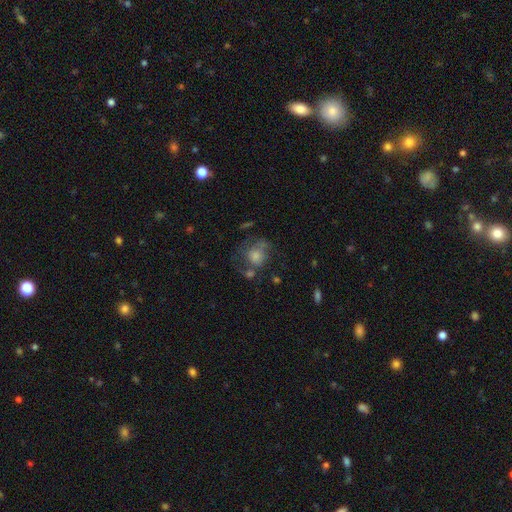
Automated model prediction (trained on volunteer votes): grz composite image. It shows a featured or disk galaxy (46%). Merging: none (49%).